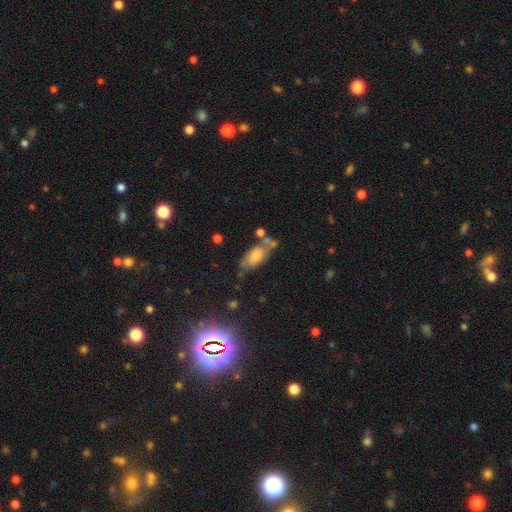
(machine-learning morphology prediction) smooth-or-featured: smooth: 65% | featured or disk: 26% | star or artifact: 9%
  how-rounded: in between: 88% | cigar-shaped: 8% | round: 4%
  merging: none: 47% | minor disturbance: 25% | merger: 17% | major disturbance: 11%